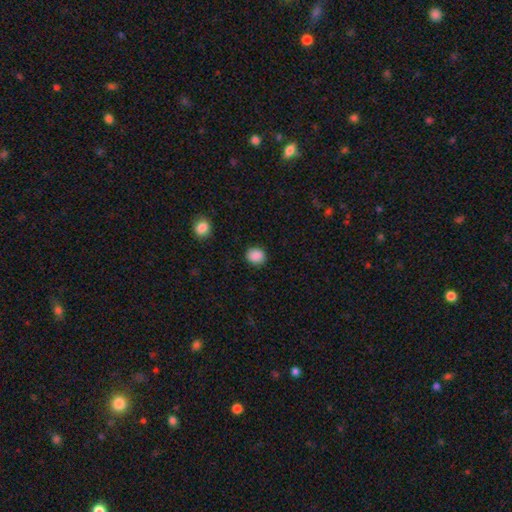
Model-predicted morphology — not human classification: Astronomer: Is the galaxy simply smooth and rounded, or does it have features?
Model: smooth — 88%.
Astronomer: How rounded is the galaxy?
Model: round — 73%.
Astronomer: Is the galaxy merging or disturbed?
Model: none — 87%.